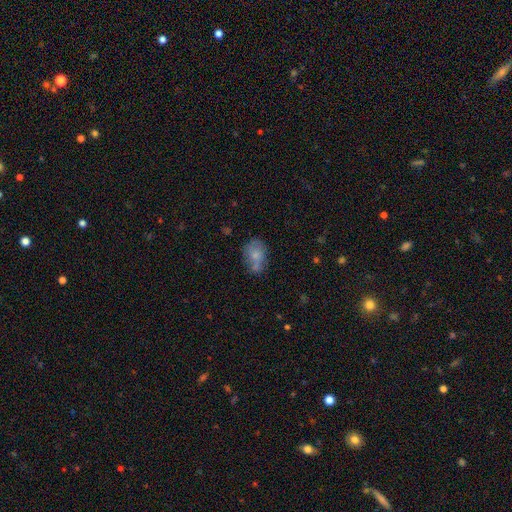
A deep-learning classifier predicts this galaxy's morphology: smooth 68%, featured or disk 22%, star or artifact 9%. Down the decision tree: how rounded — in between (73%); merging — none (42%).